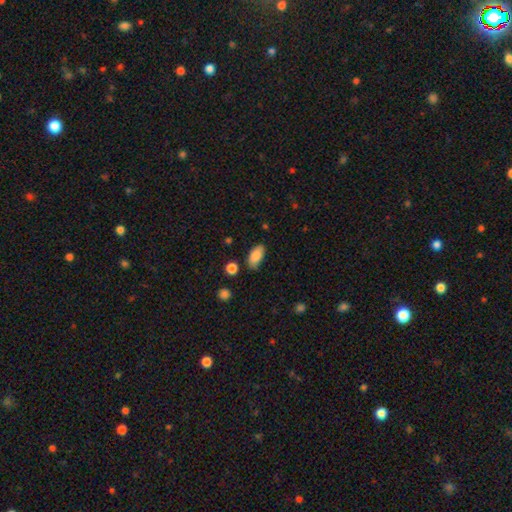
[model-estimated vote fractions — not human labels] smooth 86%, star or artifact 7%, featured or disk 6%. Down the decision tree: how rounded — in between (92%); merging — none (74%).